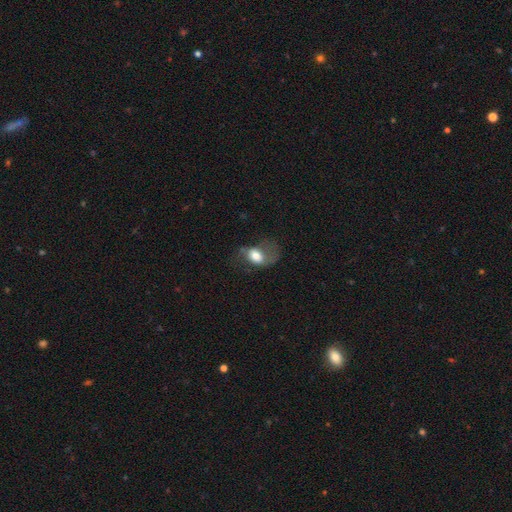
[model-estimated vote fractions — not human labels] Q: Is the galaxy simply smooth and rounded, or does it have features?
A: smooth — 64%.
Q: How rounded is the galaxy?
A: in between — 78%.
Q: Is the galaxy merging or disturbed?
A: major disturbance — 43%.